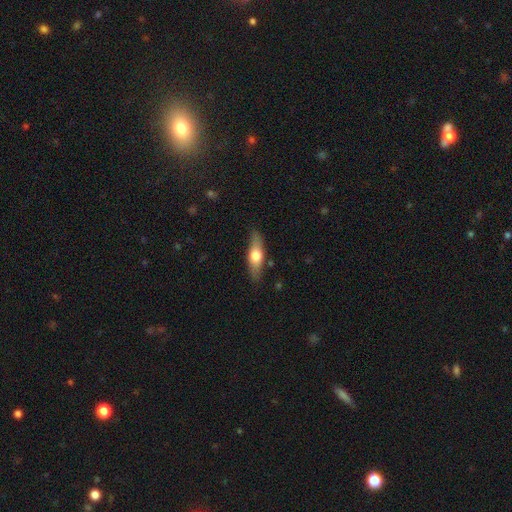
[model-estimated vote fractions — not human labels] The model was most divided on "how rounded": cigar-shaped: 51%, in between: 46%, round: 3%. More confident: merging — none (82%); smooth or featured — smooth (53%).